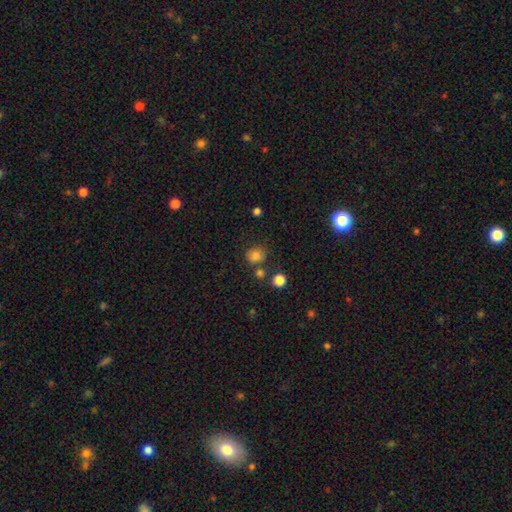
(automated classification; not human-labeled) Smooth or featured? smooth (80%)
How rounded? round (83%)
Merging? none (74%)